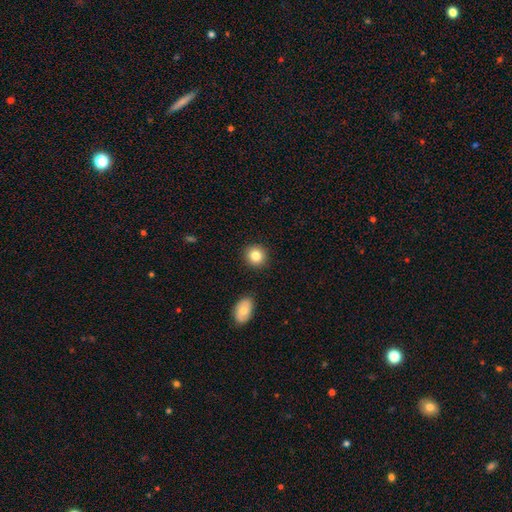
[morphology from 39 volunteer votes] Q: Smooth or featured?
A: smooth (90%); runner-up: featured or disk (8%)
Q: How rounded?
A: round (94%); runner-up: in between (6%)
Q: Merging?
A: none (92%); runner-up: minor disturbance (5%)